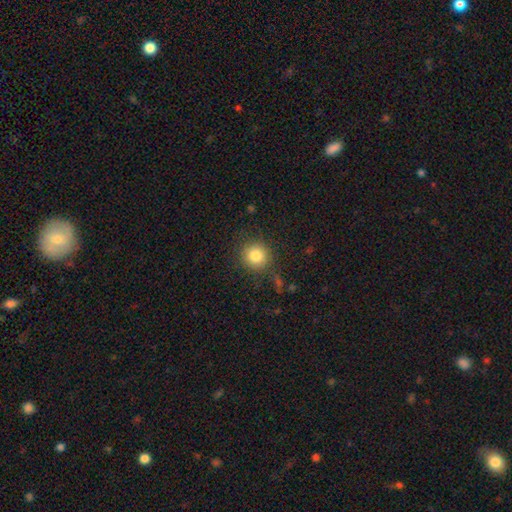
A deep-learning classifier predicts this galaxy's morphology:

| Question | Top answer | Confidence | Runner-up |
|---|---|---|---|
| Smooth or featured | smooth | 83% | star or artifact (10%) |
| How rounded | round | 92% | in between (7%) |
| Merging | none | 86% | minor disturbance (9%) |